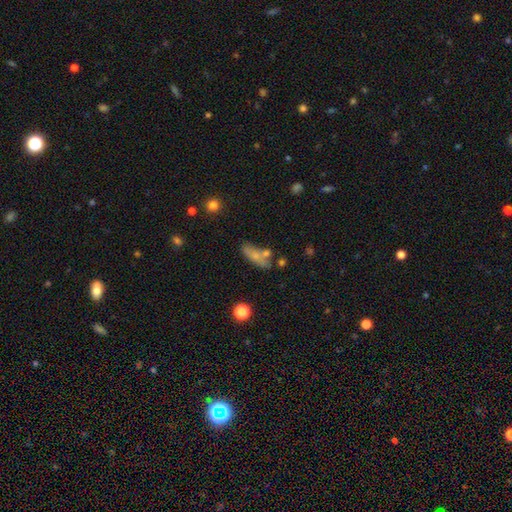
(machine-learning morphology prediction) A smooth galaxy with no disk features (65%) that is in between round and cigar-shaped (58%).

Vote fractions:
- Smooth or featured? smooth: 65% / featured or disk: 26% / star or artifact: 10%
- How rounded? in between: 58% / cigar-shaped: 37% / round: 6%
- Merging? none: 52% / minor disturbance: 20% / merger: 20% / major disturbance: 8%